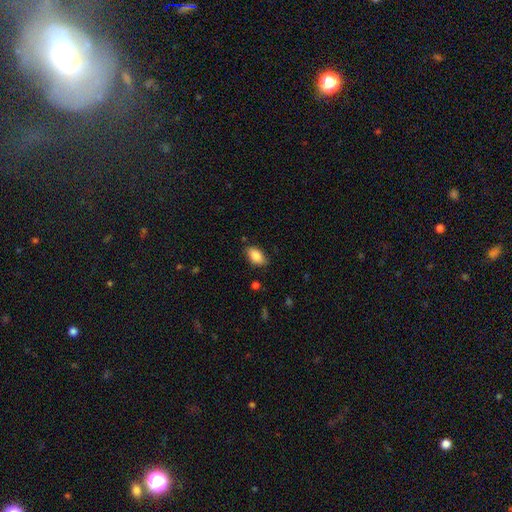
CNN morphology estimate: A smooth galaxy with no disk features (87%) that is in between round and cigar-shaped (91%). Merging: none (83%).